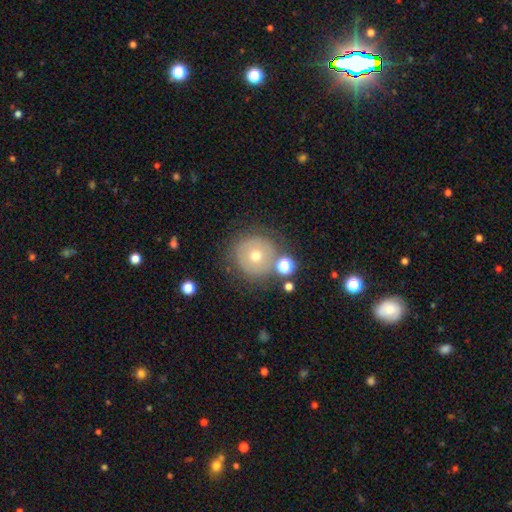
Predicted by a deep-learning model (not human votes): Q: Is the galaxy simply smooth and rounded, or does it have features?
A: smooth — 57%.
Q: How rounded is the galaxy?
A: round — 94%.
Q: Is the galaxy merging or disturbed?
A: none — 74%.